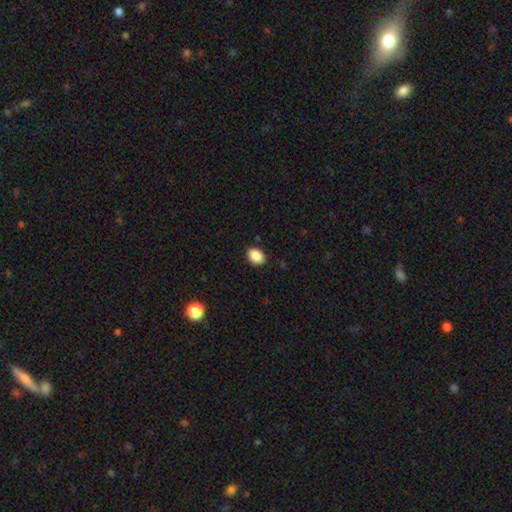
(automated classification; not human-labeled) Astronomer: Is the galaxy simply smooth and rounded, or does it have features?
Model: smooth — 89%.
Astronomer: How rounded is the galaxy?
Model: in between — 74%.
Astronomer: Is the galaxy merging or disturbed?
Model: none — 88%.